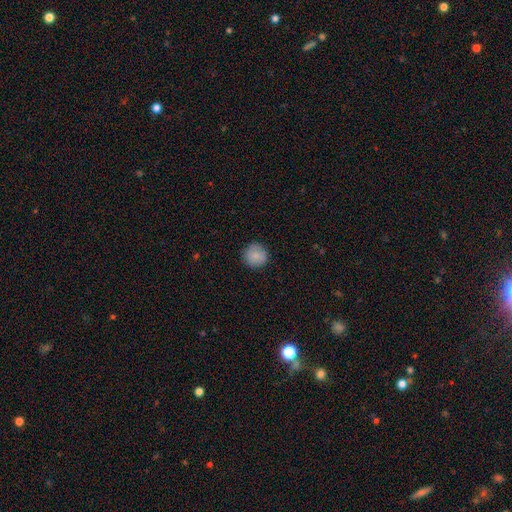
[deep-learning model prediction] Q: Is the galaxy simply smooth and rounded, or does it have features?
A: smooth — 86%.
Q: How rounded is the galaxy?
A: round — 95%.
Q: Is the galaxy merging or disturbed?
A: none — 89%.